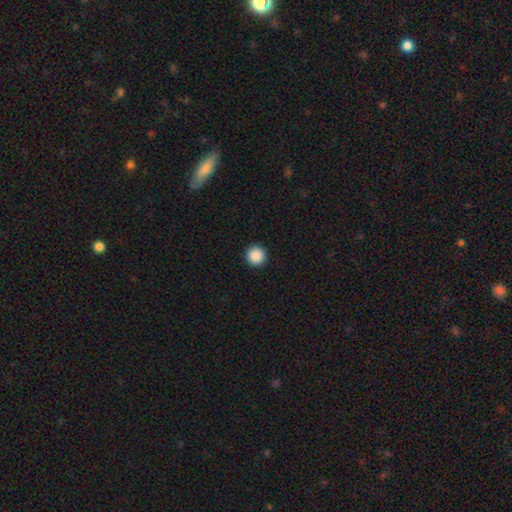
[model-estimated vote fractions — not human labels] This appears to be a smooth galaxy with no disk features (89%) that is round (96%). Merging: none (94%).